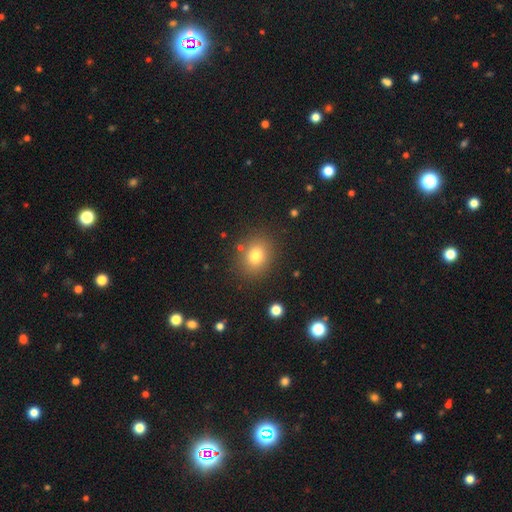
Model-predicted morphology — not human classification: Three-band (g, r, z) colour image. It shows a smooth galaxy with no disk features (78%) that is round (64%). Merging: none (84%).